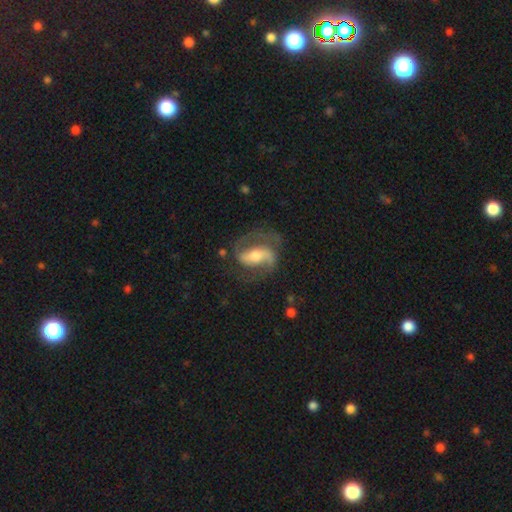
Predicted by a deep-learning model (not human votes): Overall: featured or disk (85%). Edge-on disk: no (96%). Bar: strong (43%; weak 36%). Spiral arms: yes (94%). Spiral arm count: 2 (89%). Spiral winding: medium (55%; loose 26%). Bulge size: moderate (59%; small 25%). Merging: none (68%).